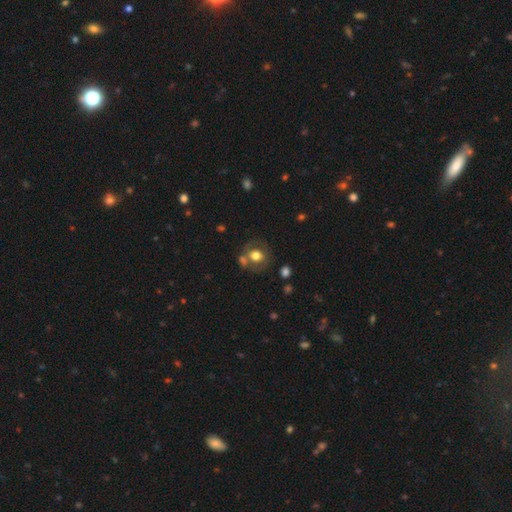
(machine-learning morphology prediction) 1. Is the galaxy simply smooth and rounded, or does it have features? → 60% smooth, 31% featured or disk, 9% star or artifact.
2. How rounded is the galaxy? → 78% round, 21% in between, 1% cigar-shaped.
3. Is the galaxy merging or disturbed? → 61% none, 18% merger, 14% minor disturbance, 7% major disturbance.